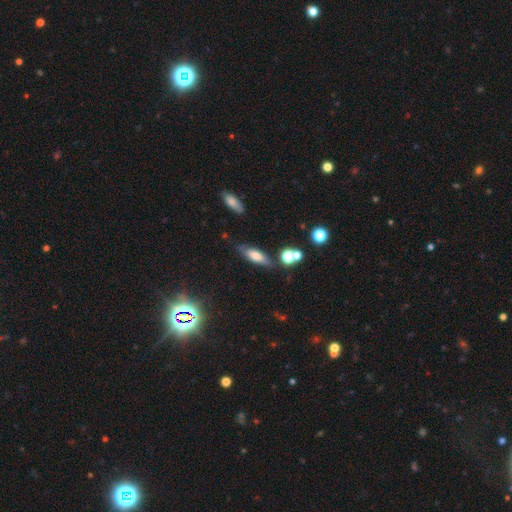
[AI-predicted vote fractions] Q: Smooth or featured?
A: smooth (66%); runner-up: featured or disk (25%)
Q: How rounded?
A: in between (54%); runner-up: cigar-shaped (43%)
Q: Merging?
A: none (68%); runner-up: minor disturbance (19%)